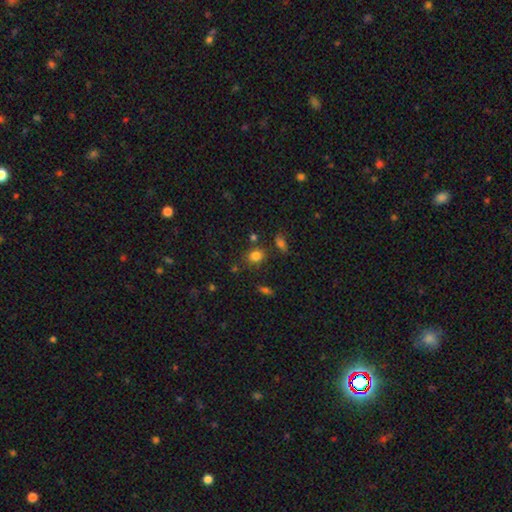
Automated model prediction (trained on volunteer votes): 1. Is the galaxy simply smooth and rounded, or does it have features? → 81% smooth, 13% star or artifact, 6% featured or disk.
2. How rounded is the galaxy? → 59% round, 39% in between, 1% cigar-shaped.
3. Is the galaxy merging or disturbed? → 75% none, 14% minor disturbance, 7% merger, 4% major disturbance.